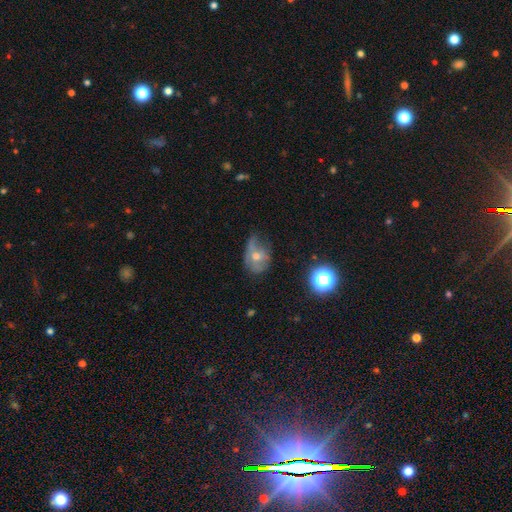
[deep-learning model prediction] smooth 43%, featured or disk 41%, star or artifact 16%. Down the decision tree: merging — minor disturbance (36%).